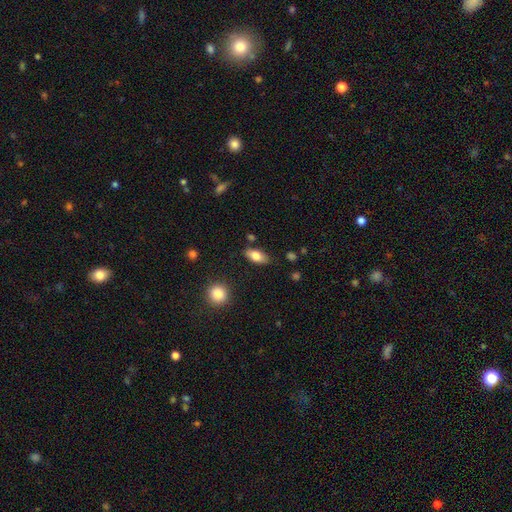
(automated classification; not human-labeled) smooth_or_featured: smooth (p=0.80) [alt: featured or disk p=0.12]
how_rounded: in between (p=0.89) [alt: cigar-shaped p=0.07]
merging: none (p=0.81) [alt: minor disturbance p=0.13]